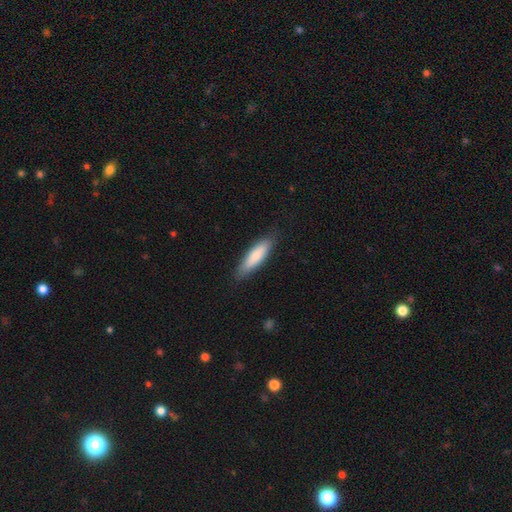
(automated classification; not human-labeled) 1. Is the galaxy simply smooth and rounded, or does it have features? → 83% smooth, 12% featured or disk, 5% star or artifact.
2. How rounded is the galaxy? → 67% cigar-shaped, 32% in between, 1% round.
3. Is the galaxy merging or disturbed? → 84% none, 13% minor disturbance, 2% major disturbance, 1% merger.